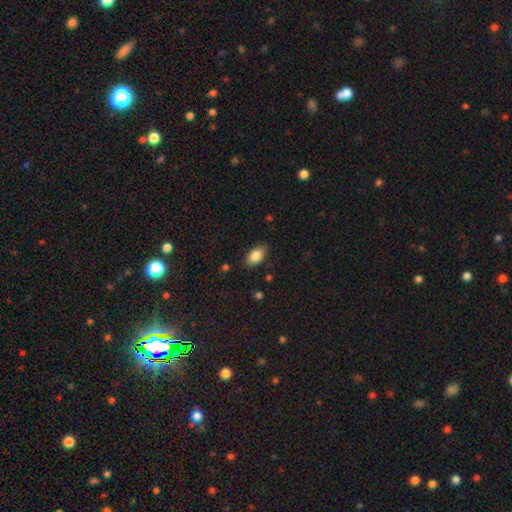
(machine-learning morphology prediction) Q: Smooth or featured?
A: smooth (84%); runner-up: featured or disk (9%)
Q: How rounded?
A: in between (91%); runner-up: round (6%)
Q: Merging?
A: none (84%); runner-up: minor disturbance (12%)